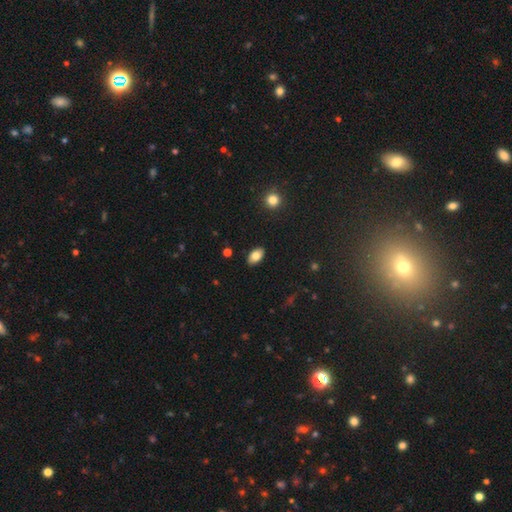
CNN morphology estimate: smooth_or_featured: smooth (p=0.81) [alt: featured or disk p=0.11]
how_rounded: in between (p=0.93) [alt: round p=0.05]
merging: none (p=0.88) [alt: minor disturbance p=0.09]